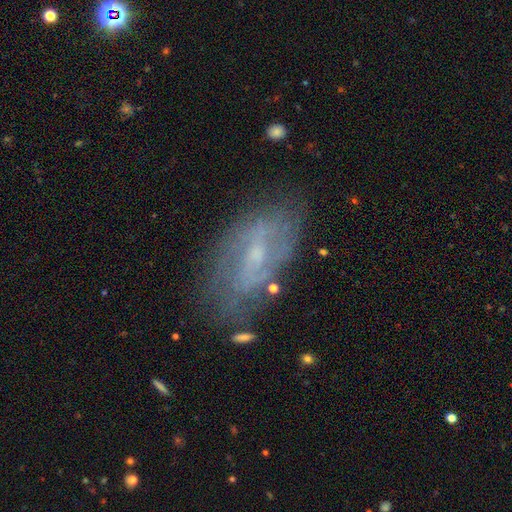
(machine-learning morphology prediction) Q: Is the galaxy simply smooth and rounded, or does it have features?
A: featured or disk — 69%.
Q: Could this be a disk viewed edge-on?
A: no — 90%.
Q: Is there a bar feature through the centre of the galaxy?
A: weak — 50%.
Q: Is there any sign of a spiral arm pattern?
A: yes — 69%.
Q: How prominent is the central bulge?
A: small — 66%.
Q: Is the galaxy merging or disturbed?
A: none — 69%.